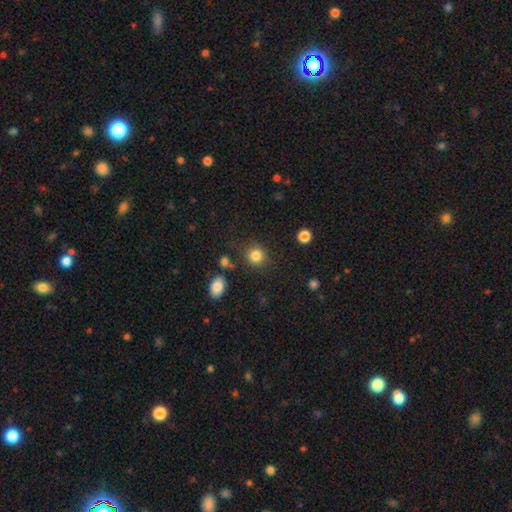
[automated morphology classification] A smooth galaxy with no disk features (85%) that is round (86%).

Vote fractions:
- Smooth or featured? smooth: 85% / star or artifact: 11% / featured or disk: 5%
- How rounded? round: 86% / in between: 13% / cigar-shaped: 1%
- Merging? none: 82% / minor disturbance: 9% / merger: 4% / major disturbance: 4%